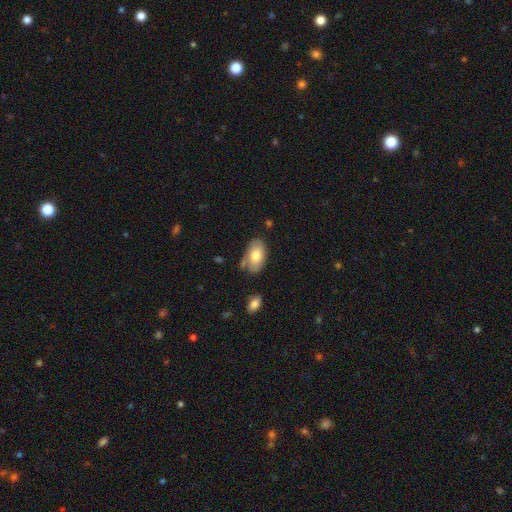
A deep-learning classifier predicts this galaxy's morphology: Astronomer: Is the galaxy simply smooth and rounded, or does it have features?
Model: smooth — 77%.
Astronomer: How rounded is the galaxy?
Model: in between — 93%.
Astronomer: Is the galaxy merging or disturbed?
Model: none — 66%.